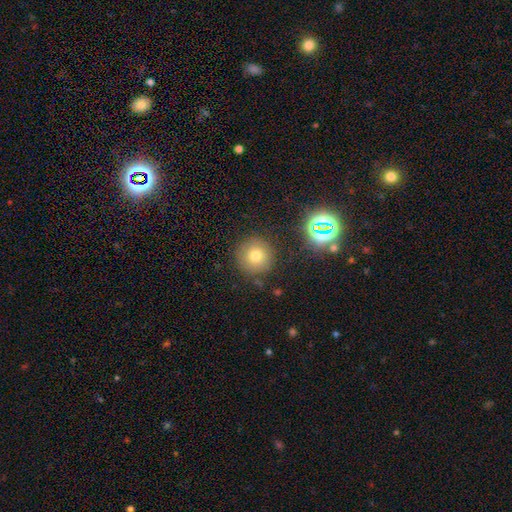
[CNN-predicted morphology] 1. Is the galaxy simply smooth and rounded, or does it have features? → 71% smooth, 18% star or artifact, 11% featured or disk.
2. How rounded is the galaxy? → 95% round, 4% in between, 1% cigar-shaped.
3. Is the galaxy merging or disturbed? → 86% none, 8% minor disturbance, 3% major disturbance, 3% merger.